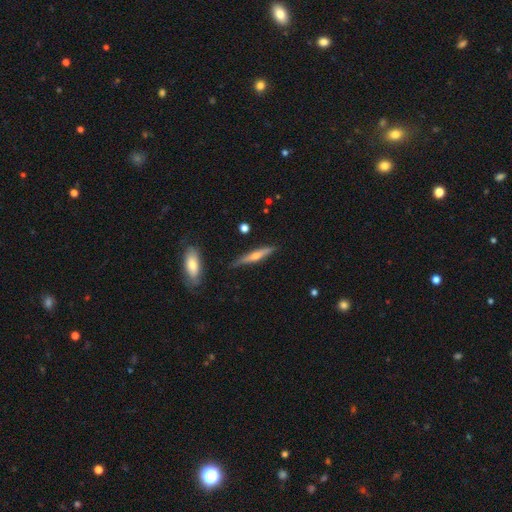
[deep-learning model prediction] Morphology: type=featured or disk (60%); edge-on=yes (96%); edge-on bulge=rounded (87%); merging=none (86%).